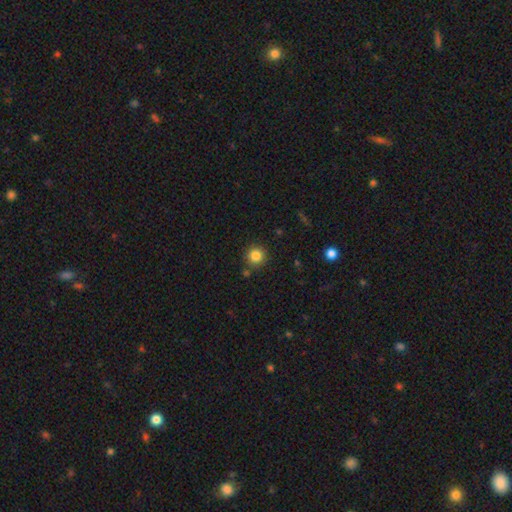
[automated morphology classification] Q: Smooth or featured?
A: smooth (84%); runner-up: star or artifact (11%)
Q: How rounded?
A: round (94%); runner-up: in between (5%)
Q: Merging?
A: none (87%); runner-up: minor disturbance (7%)